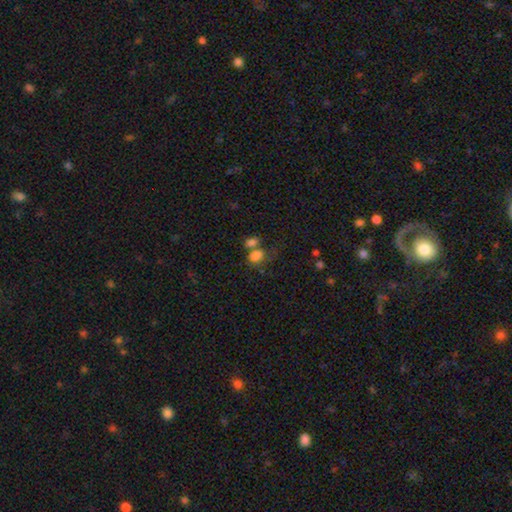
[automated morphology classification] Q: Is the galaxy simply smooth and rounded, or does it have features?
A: smooth — 76%.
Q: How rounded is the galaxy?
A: in between — 74%.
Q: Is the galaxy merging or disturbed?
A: merger — 48%.